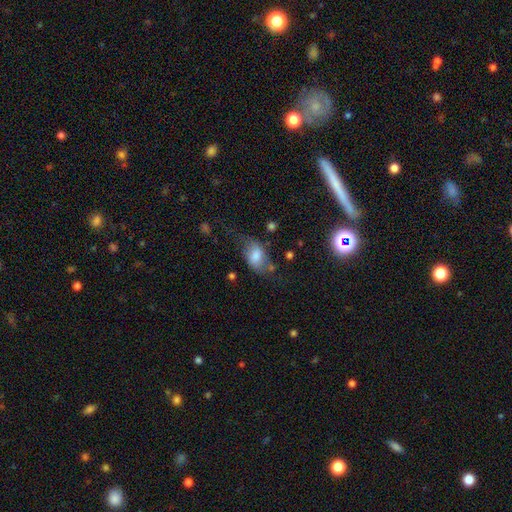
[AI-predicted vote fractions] smooth_or_featured: smooth (p=0.66) [alt: featured or disk p=0.26]
how_rounded: in between (p=0.86) [alt: round p=0.12]
merging: none (p=0.42) [alt: minor disturbance p=0.30]